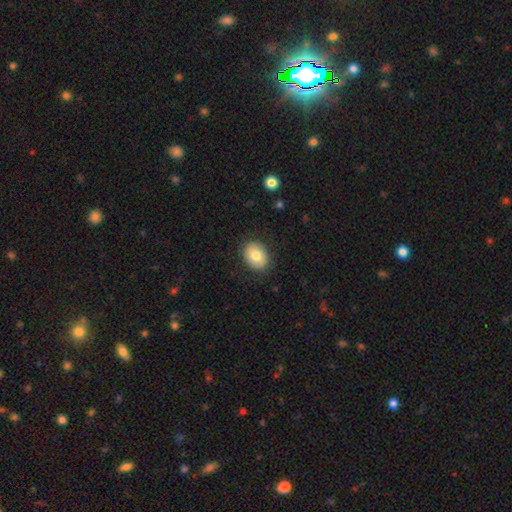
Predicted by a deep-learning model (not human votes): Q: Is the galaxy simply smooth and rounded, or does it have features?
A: smooth — 80%.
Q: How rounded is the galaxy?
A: in between — 61%.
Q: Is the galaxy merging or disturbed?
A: none — 87%.